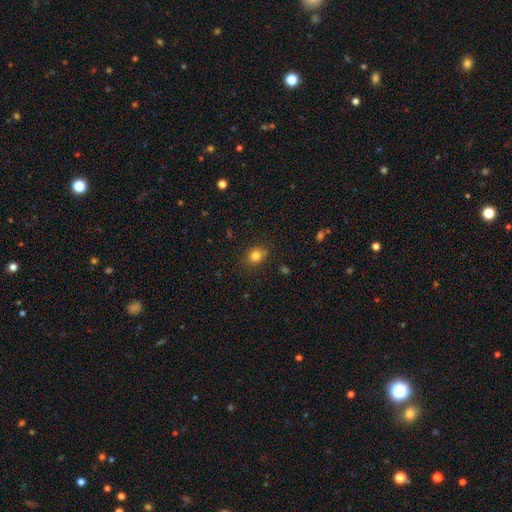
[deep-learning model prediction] Morphology: type=smooth (82%); roundness=round (58%); merging=none (81%).